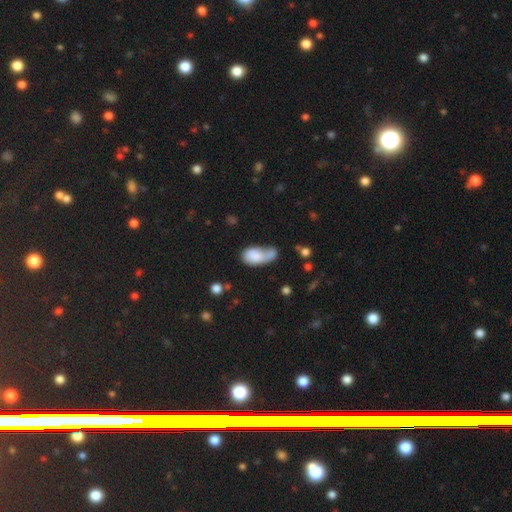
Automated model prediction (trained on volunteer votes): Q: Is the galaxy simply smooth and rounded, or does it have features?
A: smooth — 76%.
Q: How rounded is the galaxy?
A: in between — 87%.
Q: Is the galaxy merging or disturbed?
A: merger — 42%.